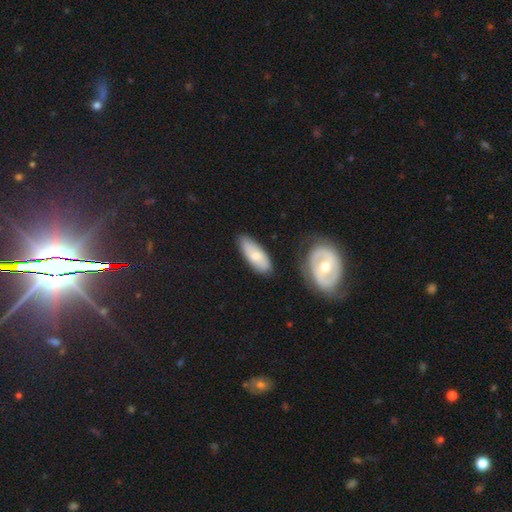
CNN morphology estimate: Smooth or featured: smooth — 69% (featured or disk — 25%)
How rounded: in between — 76% (cigar-shaped — 22%)
Merging: none — 76% (minor disturbance — 16%)